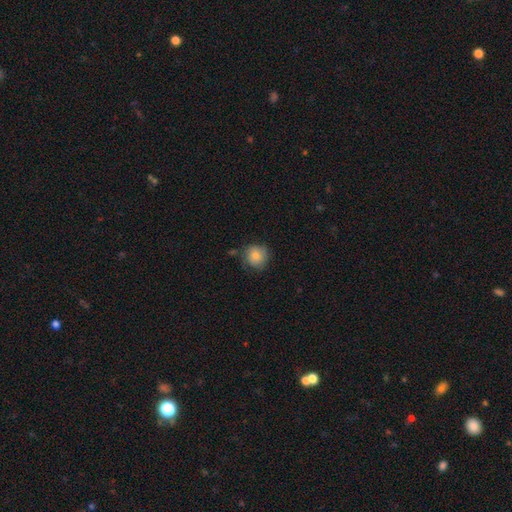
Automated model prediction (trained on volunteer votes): This appears to be a smooth galaxy with no disk features (81%) that is round (89%). Merging: none (70%).